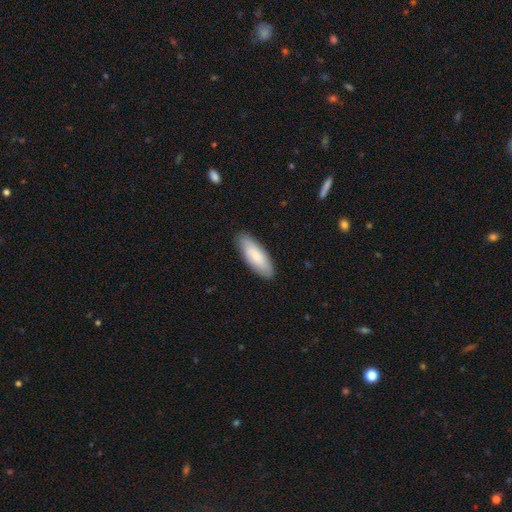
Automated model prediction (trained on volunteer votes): Morphology: type=smooth (79%); roundness=in between (64%); merging=none (87%).